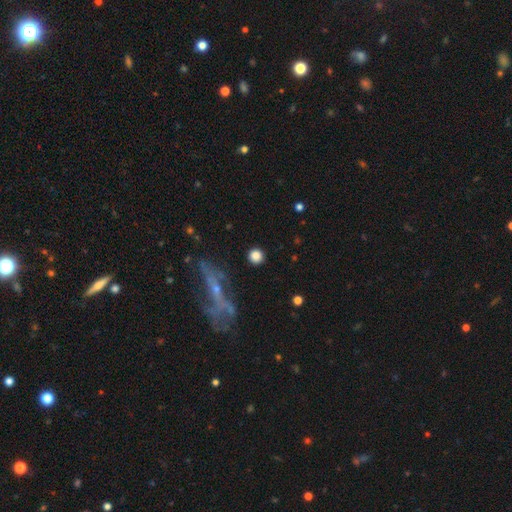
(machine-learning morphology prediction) smooth_or_featured: smooth (p=0.82) [alt: star or artifact p=0.10]
how_rounded: round (p=0.93) [alt: in between p=0.05]
merging: none (p=0.88) [alt: minor disturbance p=0.06]